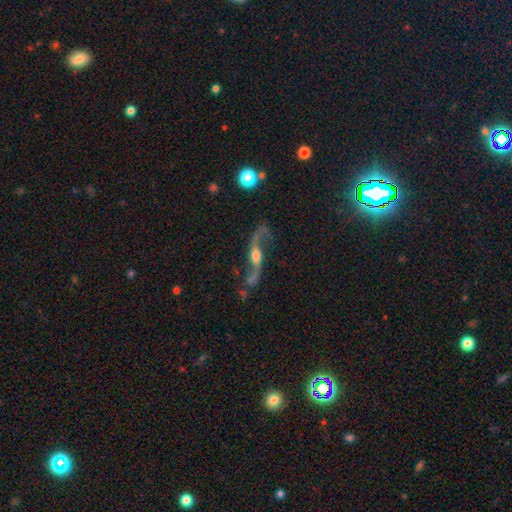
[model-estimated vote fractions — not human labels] Morphology: type=featured or disk (88%); edge-on=no (84%); bar=no (45%); spiral arms=yes (95%); winding=loose (92%); arm count=2 (94%); bulge=moderate (53%); merging=none (67%).